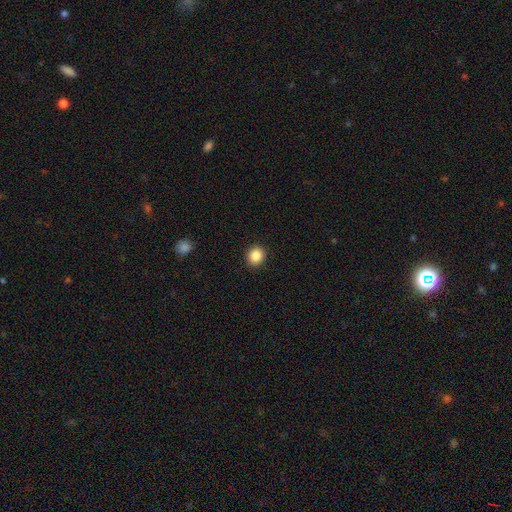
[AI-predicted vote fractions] The model was most divided on "how rounded": round: 82%, in between: 17%, cigar-shaped: 1%. More confident: merging — none (92%); smooth or featured — smooth (87%).